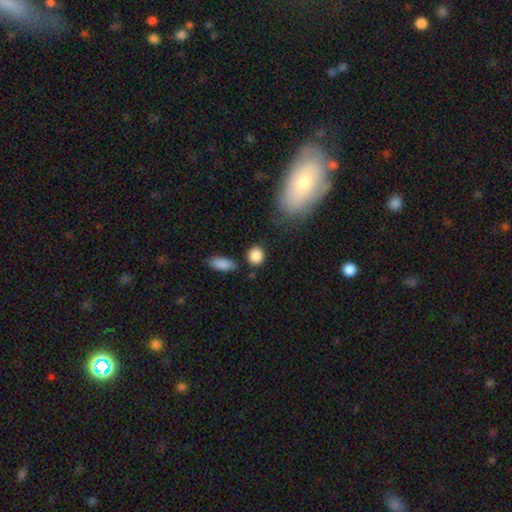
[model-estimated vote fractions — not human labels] A smooth galaxy with no disk features (88%) that is round (81%).

Vote fractions:
- Smooth or featured? smooth: 88% / star or artifact: 8% / featured or disk: 4%
- How rounded? round: 81% / in between: 18% / cigar-shaped: 2%
- Merging? none: 80% / minor disturbance: 11% / merger: 6% / major disturbance: 4%